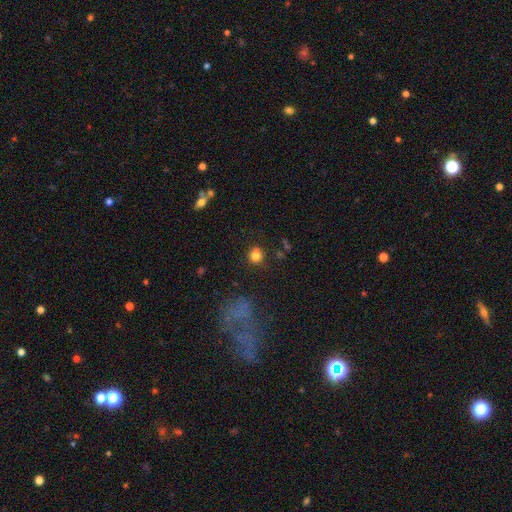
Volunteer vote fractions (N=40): Smooth or featured? smooth (88%)
How rounded? round (94%)
Merging? none (78%)